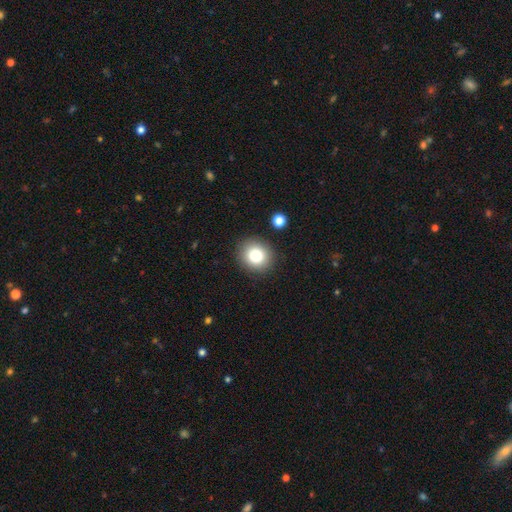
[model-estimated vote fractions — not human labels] smooth_or_featured: smooth (p=0.81) [alt: star or artifact p=0.11]
how_rounded: round (p=0.83) [alt: in between p=0.16]
merging: none (p=0.88) [alt: minor disturbance p=0.07]